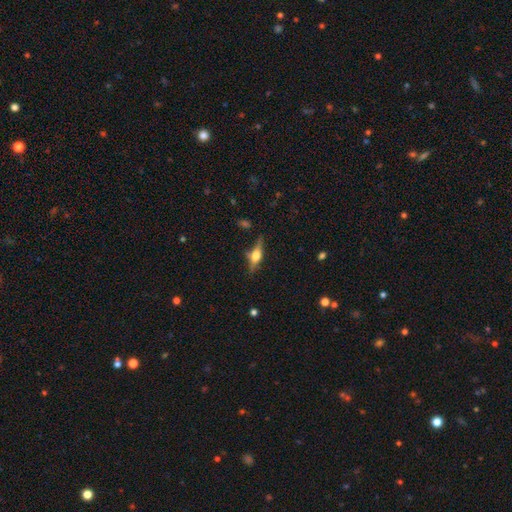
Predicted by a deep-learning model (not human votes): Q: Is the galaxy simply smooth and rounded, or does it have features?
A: featured or disk — 63%.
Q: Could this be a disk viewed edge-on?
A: yes — 94%.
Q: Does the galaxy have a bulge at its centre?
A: rounded — 91%.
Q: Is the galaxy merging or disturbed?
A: none — 77%.